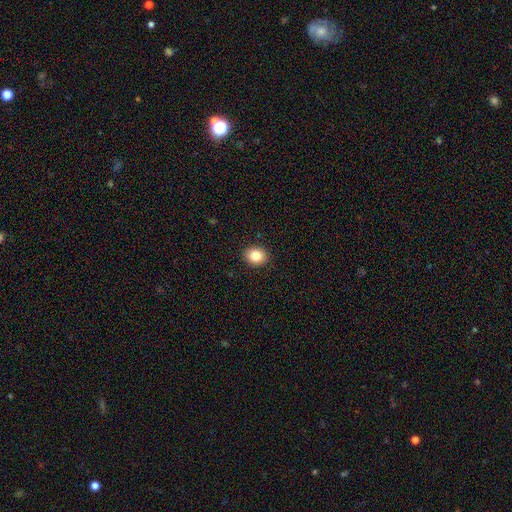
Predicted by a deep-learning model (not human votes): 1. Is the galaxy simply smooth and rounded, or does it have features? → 84% smooth, 9% star or artifact, 7% featured or disk.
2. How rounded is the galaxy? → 58% round, 41% in between, 1% cigar-shaped.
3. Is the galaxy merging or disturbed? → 91% none, 6% minor disturbance, 2% major disturbance, 1% merger.